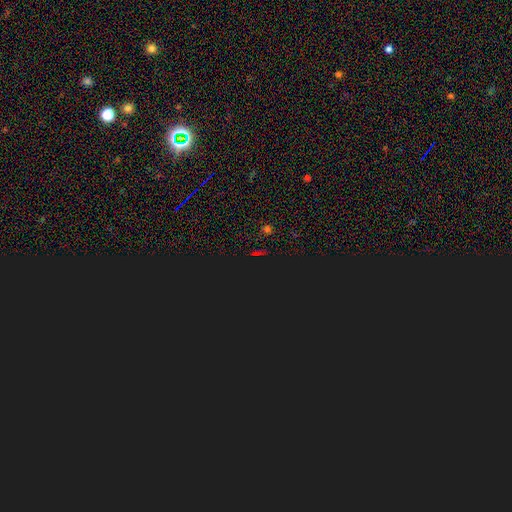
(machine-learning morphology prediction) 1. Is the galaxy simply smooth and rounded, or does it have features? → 78% star or artifact, 15% smooth, 7% featured or disk.